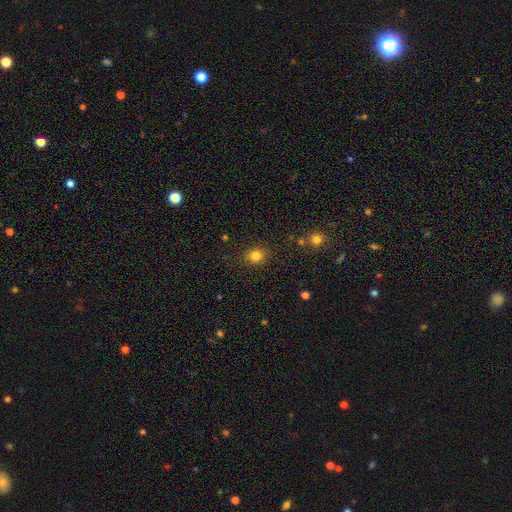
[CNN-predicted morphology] This is clearly a smooth galaxy (81%). How rounded: likely round (67%). Merging: clearly none (87%).